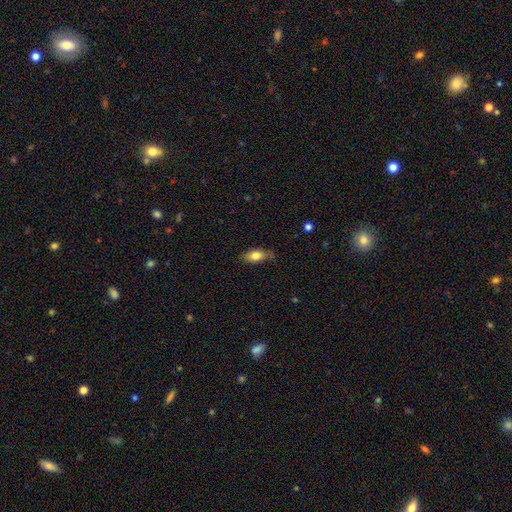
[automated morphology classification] smooth 78%, featured or disk 14%, star or artifact 7%. Down the decision tree: how rounded — in between (87%); merging — none (68%).